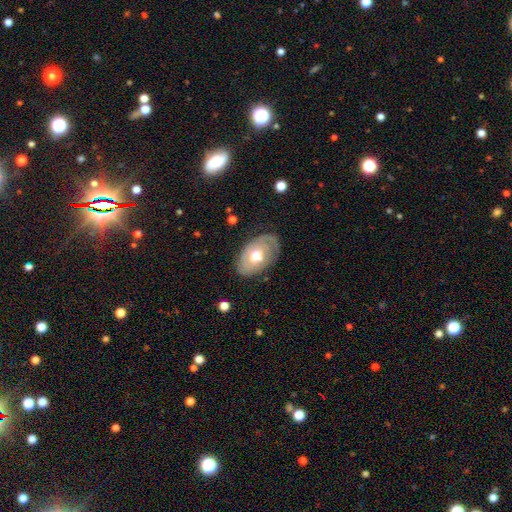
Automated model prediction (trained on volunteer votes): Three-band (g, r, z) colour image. It shows a featured or disk galaxy (53%). Merging: none (71%).